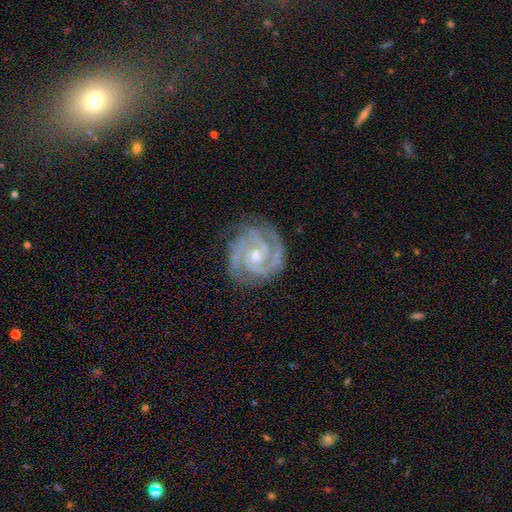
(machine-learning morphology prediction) featured or disk 93%, star or artifact 4%, smooth 3%. Down the decision tree: edge-on disk — no (98%); bar — no (58%); spiral arms — yes (99%); spiral arm count — 2 (64%); spiral winding — tight (73%); bulge size — small (53%); merging — none (80%).